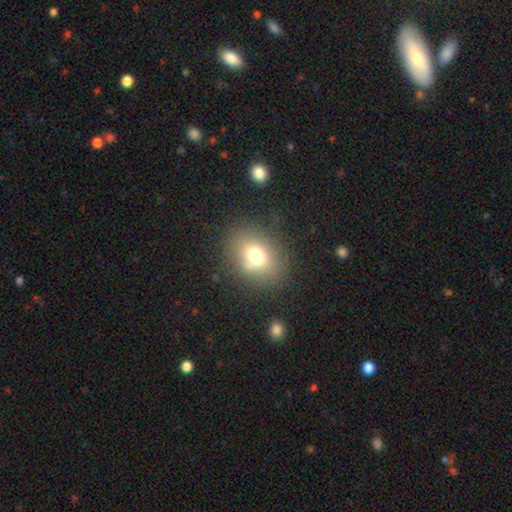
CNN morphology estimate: type=smooth (70%); roundness=in between (56%); merging=none (75%).